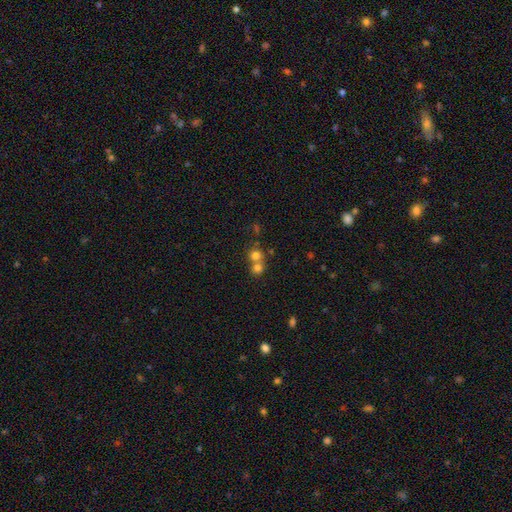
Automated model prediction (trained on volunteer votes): This is likely a smooth galaxy (74%). How rounded: clearly round (87%). Merging: possibly merger (50%).